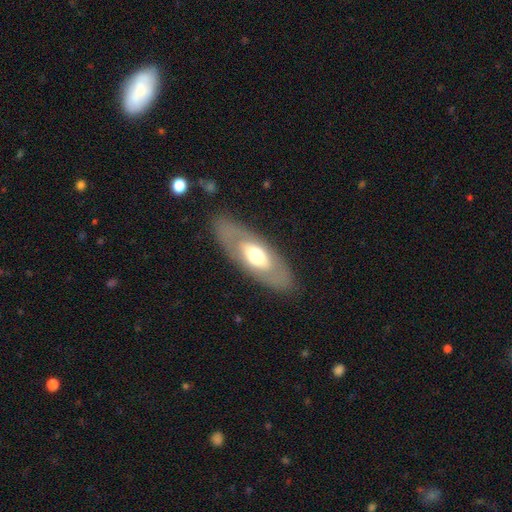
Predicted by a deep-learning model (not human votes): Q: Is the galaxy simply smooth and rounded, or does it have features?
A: smooth — 48%.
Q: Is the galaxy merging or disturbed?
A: none — 83%.